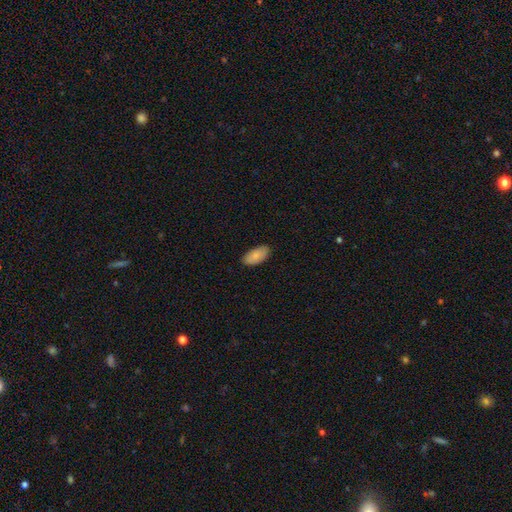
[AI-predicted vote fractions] Smooth or featured? Predicted: smooth (p=0.84). How rounded? Predicted: in between (p=0.94). Merging? Predicted: none (p=0.86).